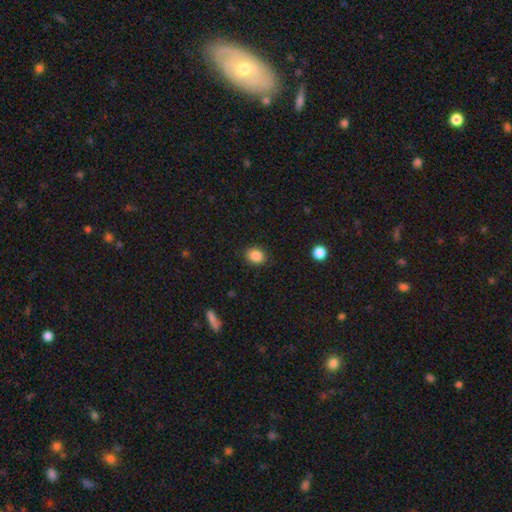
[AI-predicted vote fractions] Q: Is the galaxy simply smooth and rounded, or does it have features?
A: smooth — 86%.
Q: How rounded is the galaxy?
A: round — 54%.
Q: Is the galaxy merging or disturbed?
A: none — 87%.